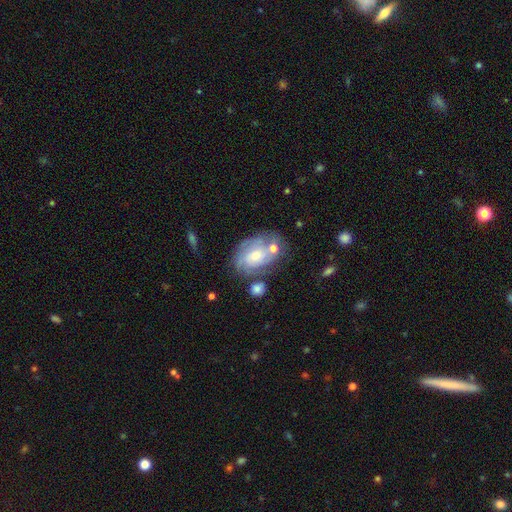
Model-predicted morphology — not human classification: smooth_or_featured: featured or disk (p=0.66) [alt: smooth p=0.26]
disk_edge_on: no (p=0.97) [alt: yes p=0.03]
bar: no (p=0.71) [alt: weak p=0.25]
has_spiral_arms: yes (p=0.83) [alt: no p=0.17]
spiral_winding: tight (p=0.57) [alt: medium p=0.32]
spiral_arm_count: can't tell (p=0.44) [alt: 3 p=0.19]
bulge_size: moderate (p=0.46) [alt: small p=0.42]
merging: none (p=0.52) [alt: minor disturbance p=0.20]